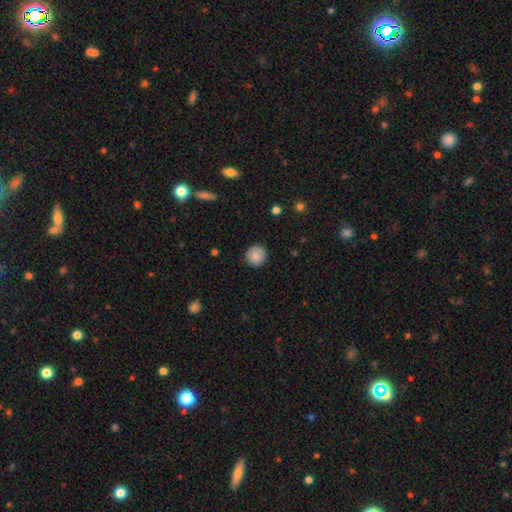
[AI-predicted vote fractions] A smooth galaxy with no disk features (86%) that is round (94%).

Vote fractions:
- Smooth or featured? smooth: 86% / star or artifact: 8% / featured or disk: 6%
- How rounded? round: 94% / in between: 5% / cigar-shaped: 1%
- Merging? none: 88% / minor disturbance: 9% / major disturbance: 2% / merger: 1%